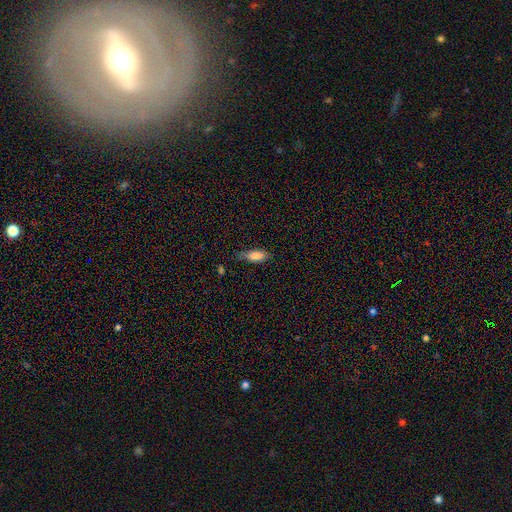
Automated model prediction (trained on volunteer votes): Overall: smooth (81%). How rounded: in between (70%). Merging: none (70%).